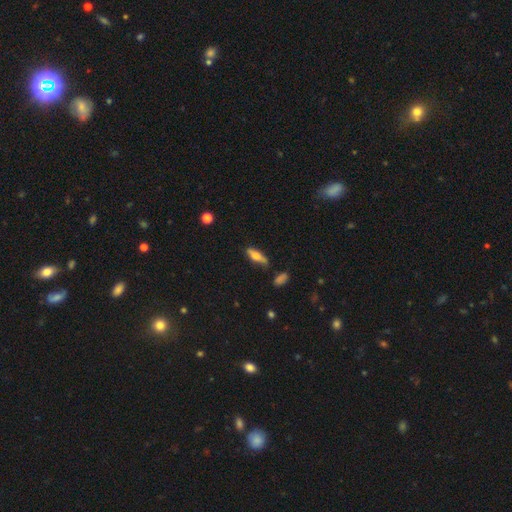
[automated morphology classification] Smooth or featured: smooth — 62% (featured or disk — 31%)
How rounded: in between — 51% (cigar-shaped — 46%)
Merging: none — 71% (minor disturbance — 20%)